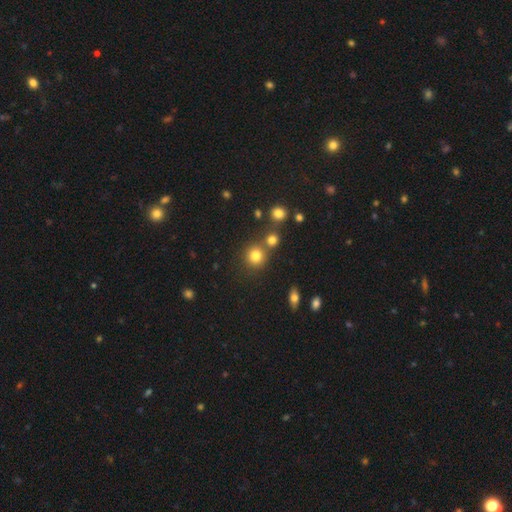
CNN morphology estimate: Smooth or featured? Predicted: smooth (p=0.79). How rounded? Predicted: round (p=0.89). Merging? Predicted: none (p=0.72).